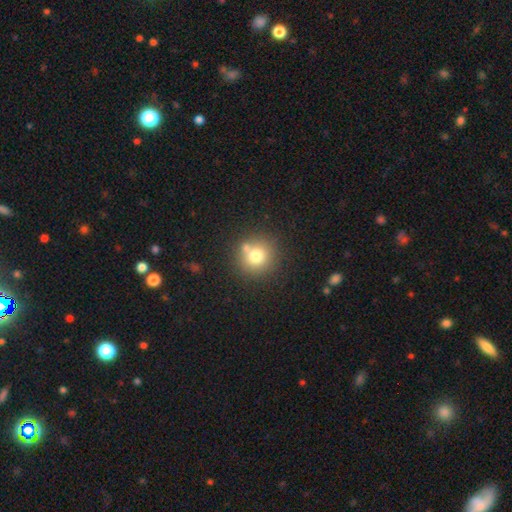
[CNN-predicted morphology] Smooth or featured? Predicted: smooth (p=0.74). How rounded? Predicted: round (p=0.90). Merging? Predicted: none (p=0.71).